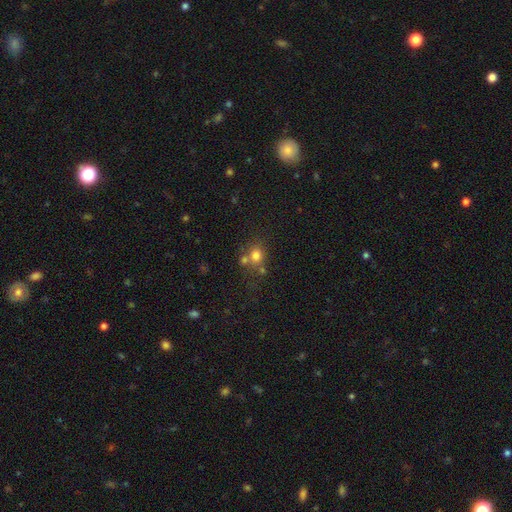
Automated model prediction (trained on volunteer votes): The model was most divided on "merging": none: 54%, merger: 29%, minor disturbance: 12%, major disturbance: 5%. More confident: smooth or featured — smooth (75%); how rounded — round (74%).